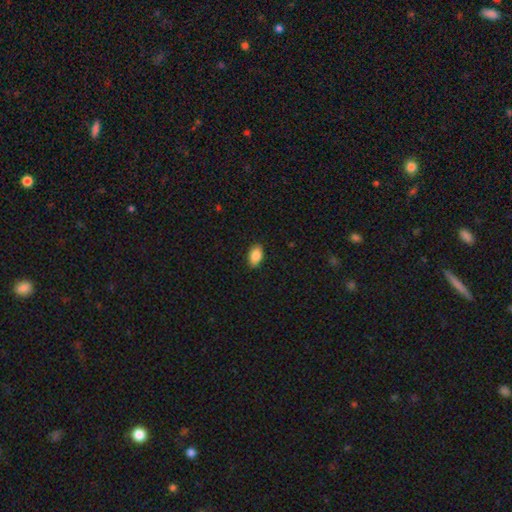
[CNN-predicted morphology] smooth 88%, star or artifact 7%, featured or disk 5%. Down the decision tree: how rounded — in between (91%); merging — none (88%).